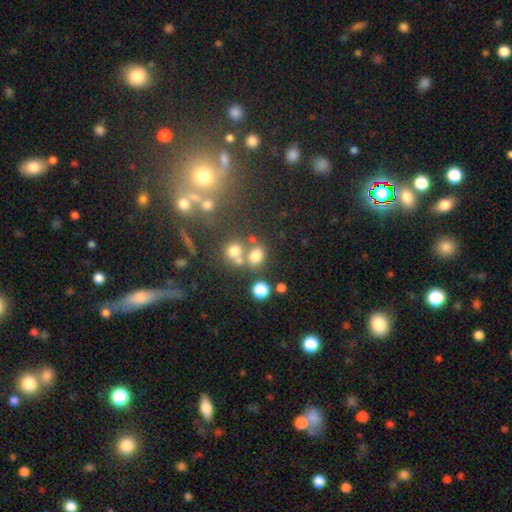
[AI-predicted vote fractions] smooth_or_featured: smooth (p=0.72) [alt: star or artifact p=0.18]
how_rounded: round (p=0.57) [alt: in between p=0.42]
merging: none (p=0.52) [alt: merger p=0.31]